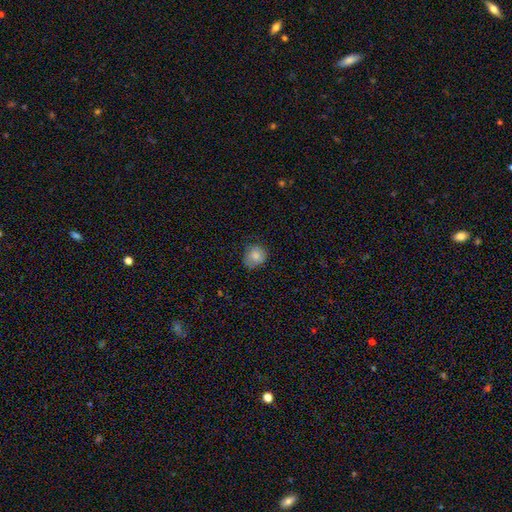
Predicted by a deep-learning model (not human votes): Smooth or featured? Predicted: smooth (p=0.81). How rounded? Predicted: round (p=0.80). Merging? Predicted: none (p=0.69).